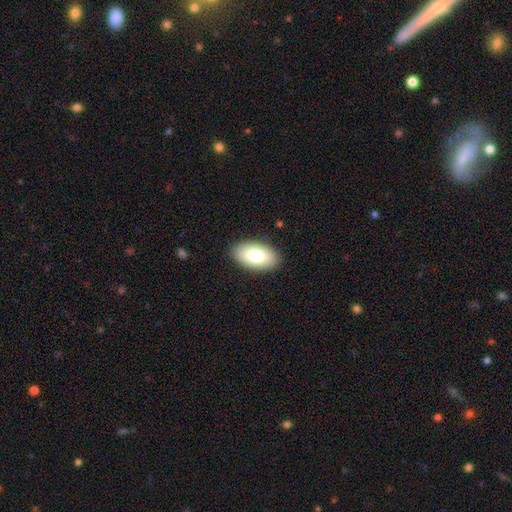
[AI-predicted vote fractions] Morphology: type=smooth (78%); roundness=in between (94%); merging=none (88%).